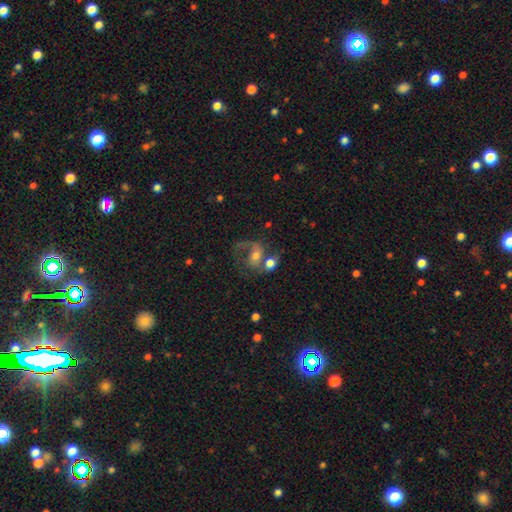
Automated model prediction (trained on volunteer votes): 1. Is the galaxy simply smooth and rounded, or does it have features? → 64% featured or disk, 23% smooth, 13% star or artifact.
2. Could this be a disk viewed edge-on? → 97% no, 3% yes.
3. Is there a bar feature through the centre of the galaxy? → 57% no, 32% weak, 11% strong.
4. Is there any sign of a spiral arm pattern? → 79% yes, 21% no.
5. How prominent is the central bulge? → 57% moderate, 28% small, 9% large, 4% none, 2% dominant.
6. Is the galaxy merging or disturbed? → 37% merger, 30% none, 20% major disturbance, 12% minor disturbance.